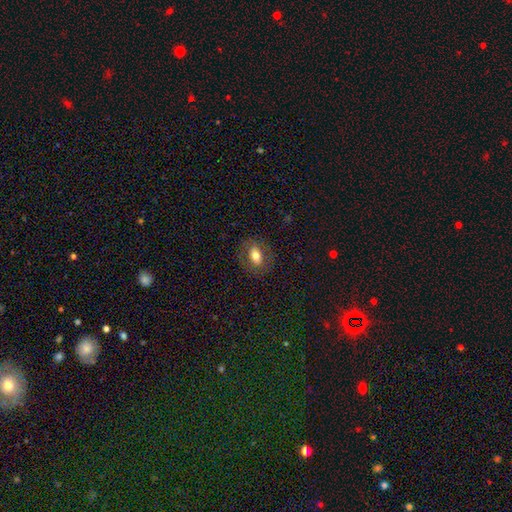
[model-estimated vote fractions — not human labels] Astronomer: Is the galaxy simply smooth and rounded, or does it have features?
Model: smooth — 68%.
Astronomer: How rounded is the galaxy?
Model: in between — 77%.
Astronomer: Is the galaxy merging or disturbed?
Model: none — 82%.